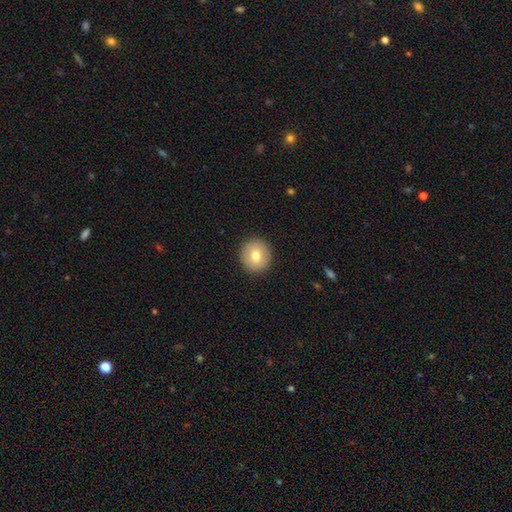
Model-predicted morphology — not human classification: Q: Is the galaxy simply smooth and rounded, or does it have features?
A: smooth — 75%.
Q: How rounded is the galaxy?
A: round — 91%.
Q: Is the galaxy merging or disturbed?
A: none — 92%.